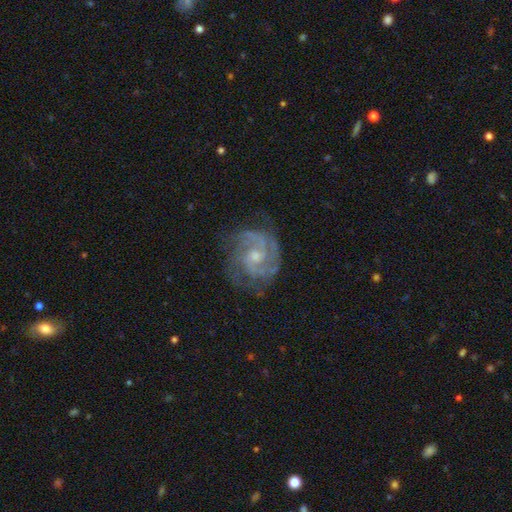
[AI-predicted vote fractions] Smooth or featured: featured or disk — 87% (smooth — 7%)
Edge-on disk: no — 98% (yes — 2%)
Bar: no — 59% (weak — 36%)
Spiral arms: yes — 97% (no — 3%)
Spiral winding: tight — 53% (medium — 40%)
Spiral arm count: 2 — 42% (3 — 28%)
Bulge size: small — 48% (moderate — 45%)
Merging: none — 71% (minor disturbance — 19%)